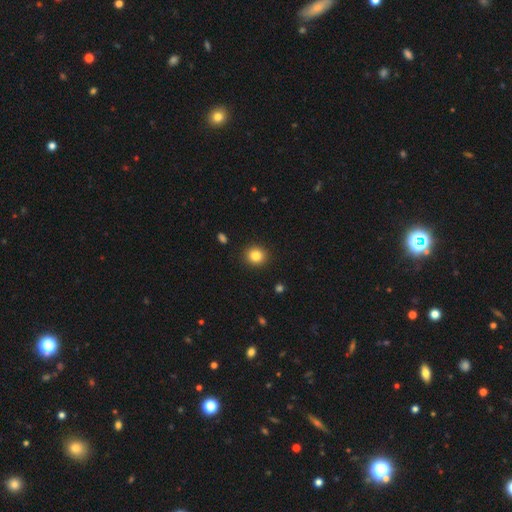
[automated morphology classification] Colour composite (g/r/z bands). It shows a smooth galaxy with no disk features (84%) that is round (85%). Merging: none (92%).